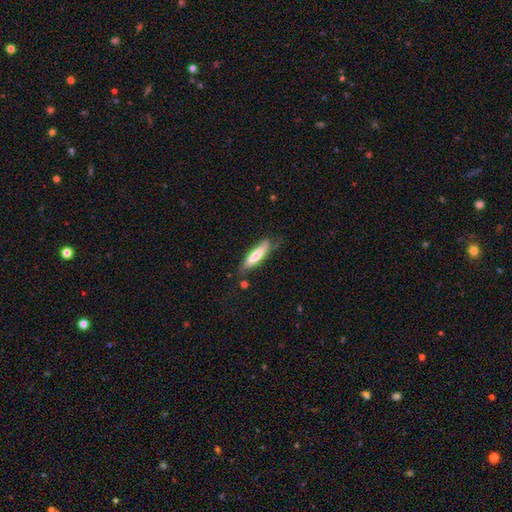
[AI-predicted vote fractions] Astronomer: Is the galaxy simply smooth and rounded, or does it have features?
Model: smooth — 69%.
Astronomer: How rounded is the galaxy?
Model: cigar-shaped — 77%.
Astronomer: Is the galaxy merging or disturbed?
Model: none — 63%.